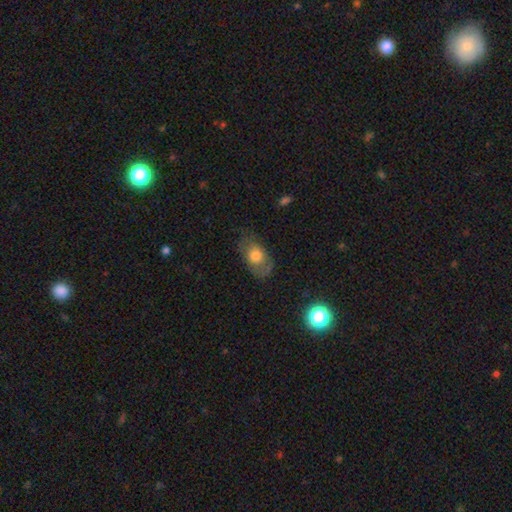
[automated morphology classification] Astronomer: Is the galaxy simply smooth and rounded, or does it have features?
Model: smooth — 65%.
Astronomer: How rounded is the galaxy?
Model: in between — 77%.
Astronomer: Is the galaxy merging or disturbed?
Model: none — 60%.